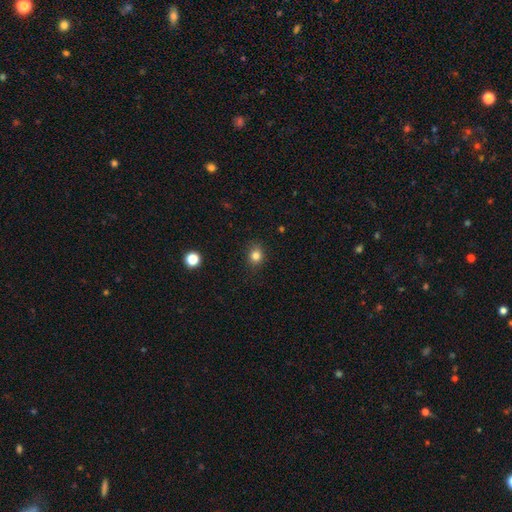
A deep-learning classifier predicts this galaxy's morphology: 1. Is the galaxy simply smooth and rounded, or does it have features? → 82% smooth, 12% star or artifact, 5% featured or disk.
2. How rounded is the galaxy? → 67% round, 32% in between, 1% cigar-shaped.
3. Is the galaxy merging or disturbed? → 84% none, 12% minor disturbance, 3% major disturbance, 1% merger.